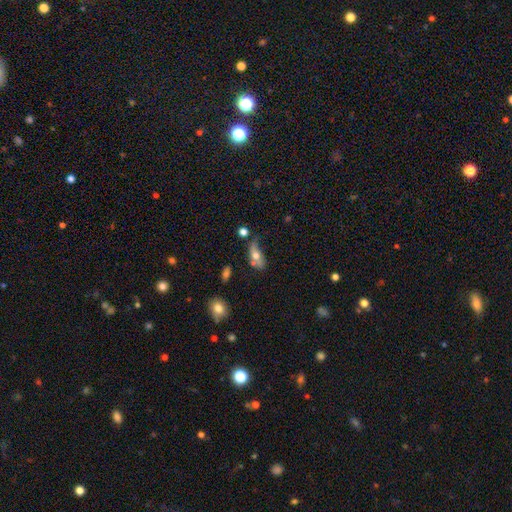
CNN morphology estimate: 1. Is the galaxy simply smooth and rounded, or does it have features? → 62% smooth, 28% featured or disk, 9% star or artifact.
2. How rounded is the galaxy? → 80% in between, 11% cigar-shaped, 10% round.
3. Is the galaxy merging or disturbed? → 33% none, 29% minor disturbance, 21% major disturbance, 17% merger.